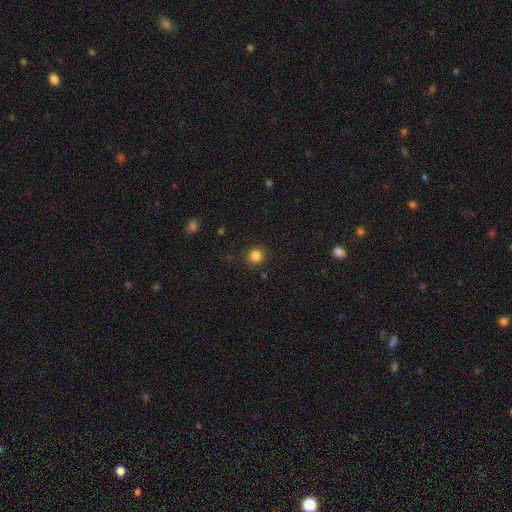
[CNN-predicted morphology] smooth 84%, star or artifact 12%, featured or disk 4%. Down the decision tree: how rounded — round (92%); merging — none (90%).